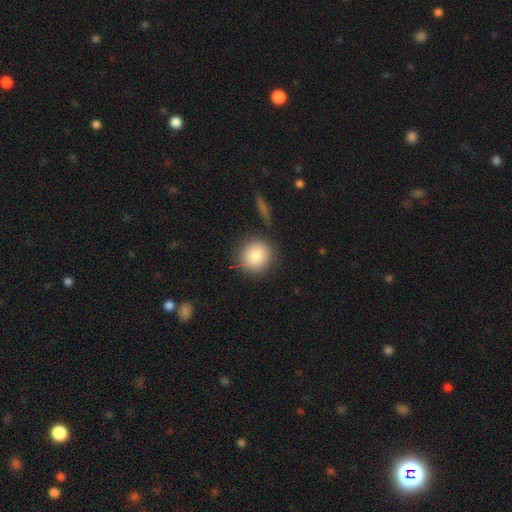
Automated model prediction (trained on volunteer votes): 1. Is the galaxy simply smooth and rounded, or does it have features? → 86% smooth, 8% star or artifact, 6% featured or disk.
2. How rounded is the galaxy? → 90% round, 9% in between, 1% cigar-shaped.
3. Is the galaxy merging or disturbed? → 85% none, 9% minor disturbance, 3% major disturbance, 3% merger.